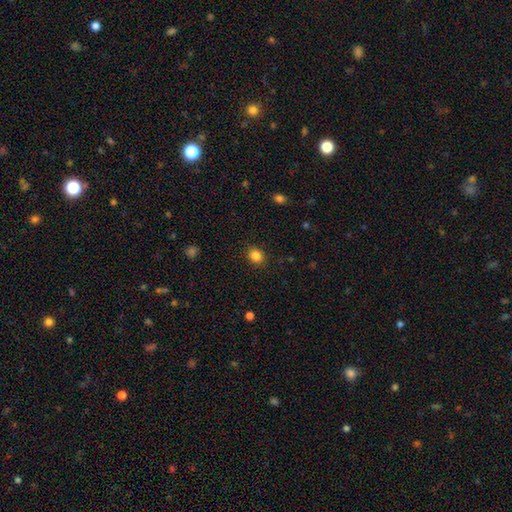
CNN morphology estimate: smooth-or-featured: smooth: 85% | star or artifact: 10% | featured or disk: 5%
  how-rounded: round: 55% | in between: 45% | cigar-shaped: 1%
  merging: none: 88% | minor disturbance: 8% | major disturbance: 2% | merger: 1%